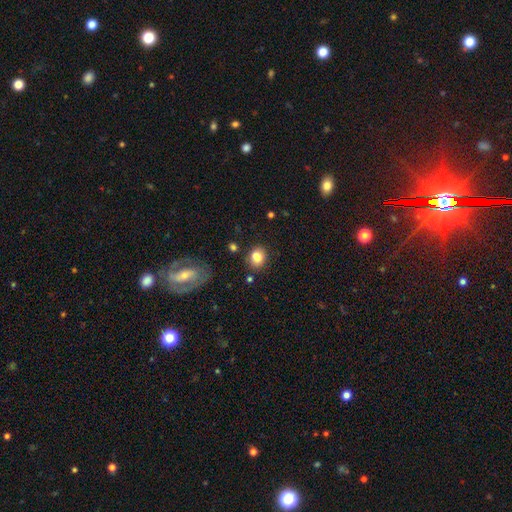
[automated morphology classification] This appears to be a smooth galaxy with no disk features (83%) that is round (60%). Merging: none (79%).